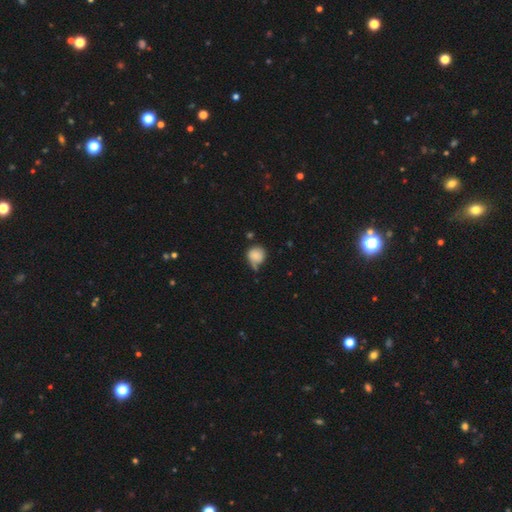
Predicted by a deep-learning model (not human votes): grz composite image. It shows a smooth galaxy with no disk features (82%) that is round (86%). Merging: none (47%).